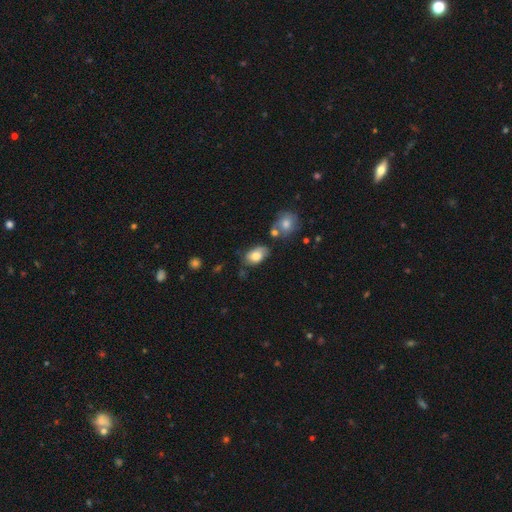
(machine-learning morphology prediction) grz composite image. It shows a smooth galaxy with no disk features (77%) that is in between round and cigar-shaped (89%). Merging: none (57%).